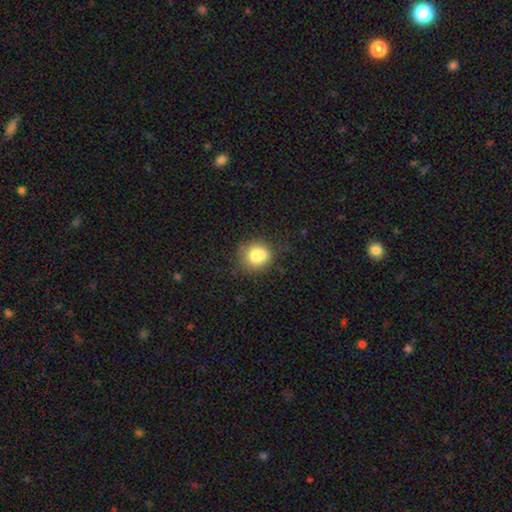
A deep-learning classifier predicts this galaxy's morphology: Overall: smooth (75%). How rounded: round (74%). Merging: none (57%; minor disturbance 19%).